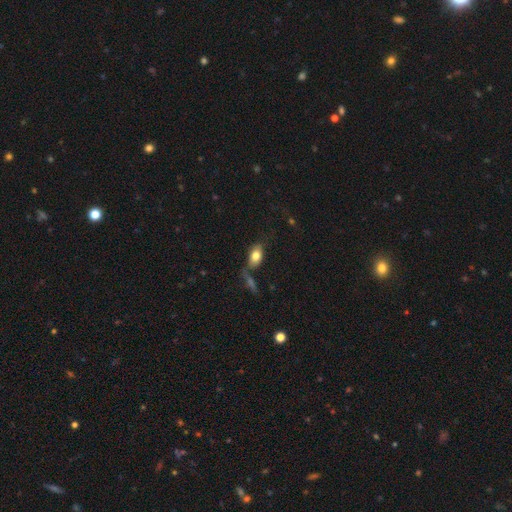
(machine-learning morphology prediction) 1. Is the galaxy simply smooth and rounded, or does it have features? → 77% smooth, 15% featured or disk, 8% star or artifact.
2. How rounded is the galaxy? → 88% in between, 7% round, 5% cigar-shaped.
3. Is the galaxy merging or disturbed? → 58% none, 17% minor disturbance, 17% merger, 7% major disturbance.